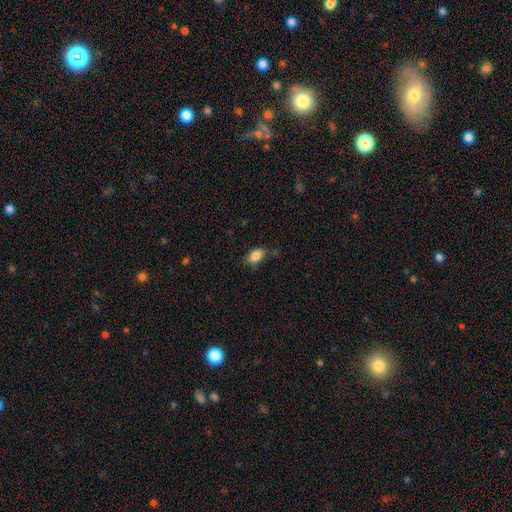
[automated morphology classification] Smooth or featured? Predicted: smooth (p=0.86). How rounded? Predicted: in between (p=0.84). Merging? Predicted: none (p=0.67).